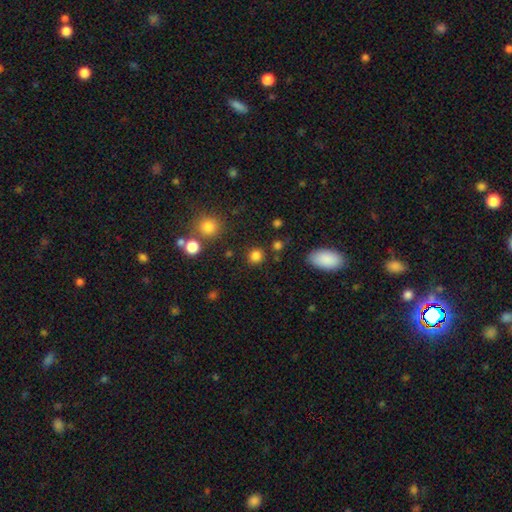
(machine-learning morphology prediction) Smooth or featured: smooth — 82% (star or artifact — 14%)
How rounded: round — 88% (in between — 11%)
Merging: none — 85% (minor disturbance — 8%)